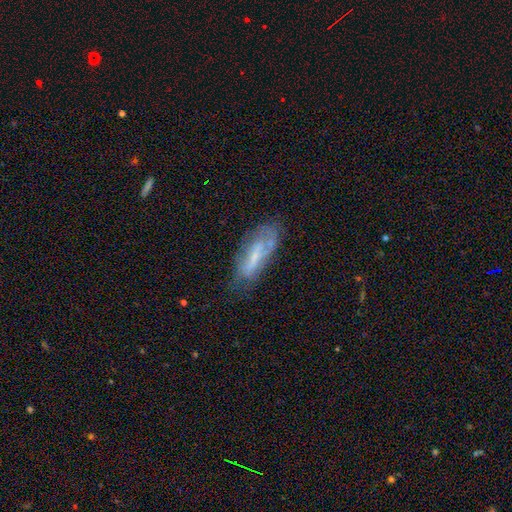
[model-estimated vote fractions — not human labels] featured or disk 50%, smooth 41%, star or artifact 9%. Down the decision tree: edge-on disk — no (77%); merging — none (56%).